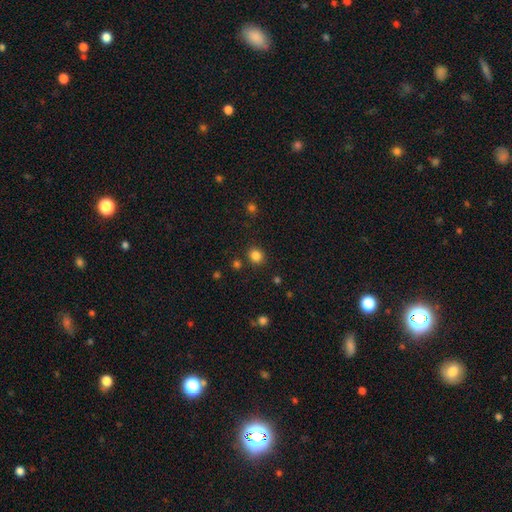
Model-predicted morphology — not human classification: Smooth or featured? smooth (84%)
How rounded? round (81%)
Merging? none (86%)